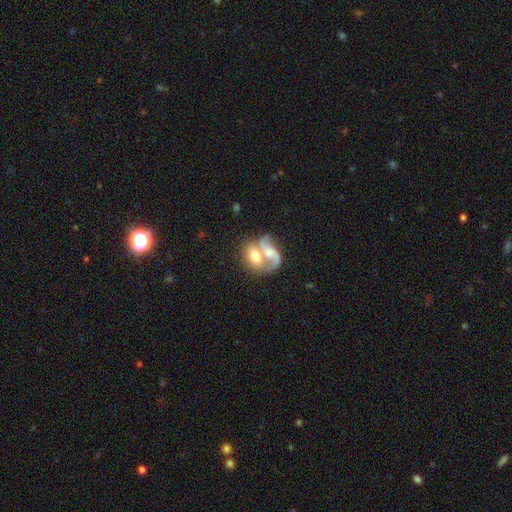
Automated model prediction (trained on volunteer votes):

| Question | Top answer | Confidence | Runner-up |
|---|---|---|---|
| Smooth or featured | featured or disk | 52% | smooth (41%) |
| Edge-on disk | no | 96% | yes (4%) |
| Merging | merger | 70% | none (14%) |